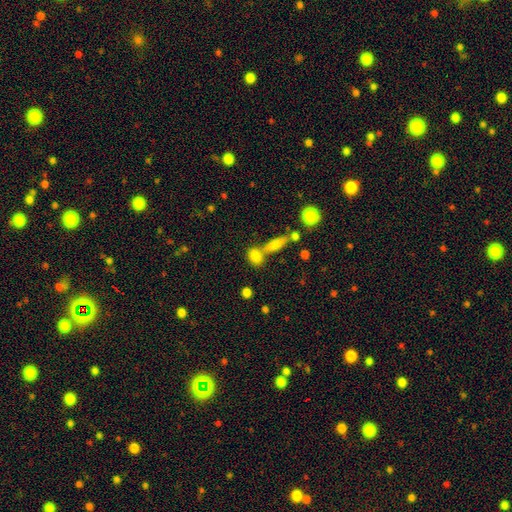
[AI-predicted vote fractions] A smooth galaxy with no disk features (80%) that is in between round and cigar-shaped (72%). Merging: none (48%).